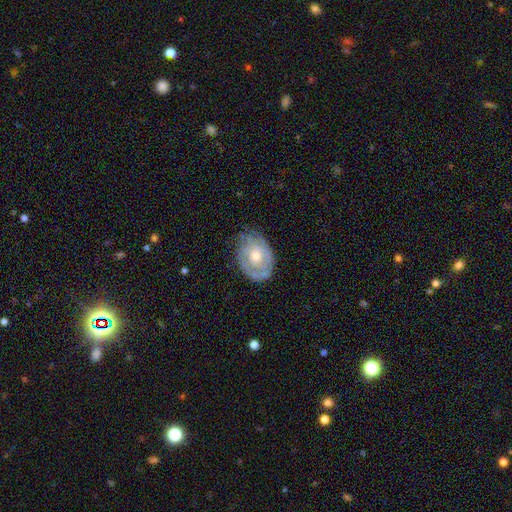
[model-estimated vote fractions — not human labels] Q: Smooth or featured?
A: featured or disk (74%); runner-up: smooth (21%)
Q: Edge-on disk?
A: no (96%); runner-up: yes (4%)
Q: Bar?
A: no (80%); runner-up: weak (17%)
Q: Spiral arms?
A: yes (78%); runner-up: no (22%)
Q: Spiral winding?
A: tight (69%); runner-up: medium (23%)
Q: Spiral arm count?
A: can't tell (45%); runner-up: 2 (24%)
Q: Bulge size?
A: moderate (67%); runner-up: small (24%)
Q: Merging?
A: none (68%); runner-up: minor disturbance (23%)